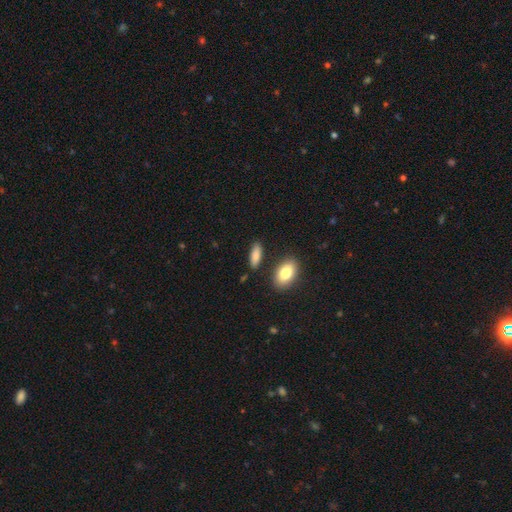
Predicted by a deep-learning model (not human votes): This appears to be a smooth galaxy with no disk features (85%) that is in between round and cigar-shaped (68%). Merging: none (82%).